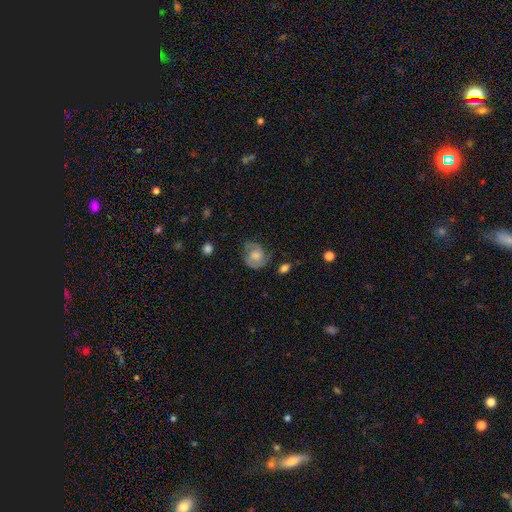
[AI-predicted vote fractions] This is possibly a smooth galaxy (50%). How rounded: likely round (61%). Merging: possibly none (52%).